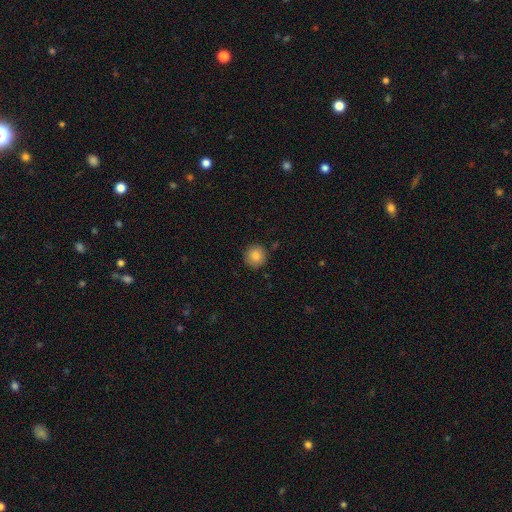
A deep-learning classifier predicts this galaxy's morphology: The model was most divided on "smooth or featured": smooth: 85%, star or artifact: 9%, featured or disk: 5%. More confident: how rounded — round (94%); merging — none (90%).